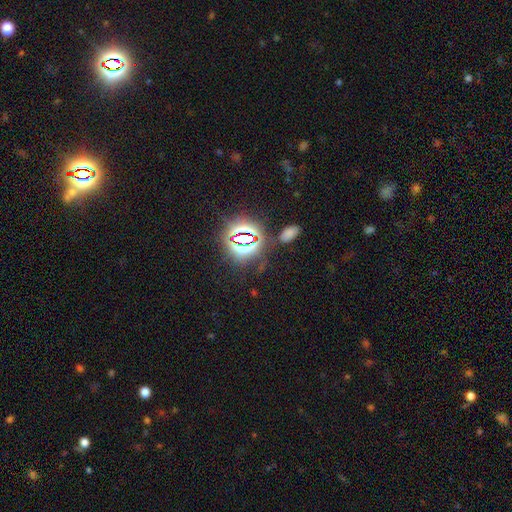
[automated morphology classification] type=star or artifact (82%).